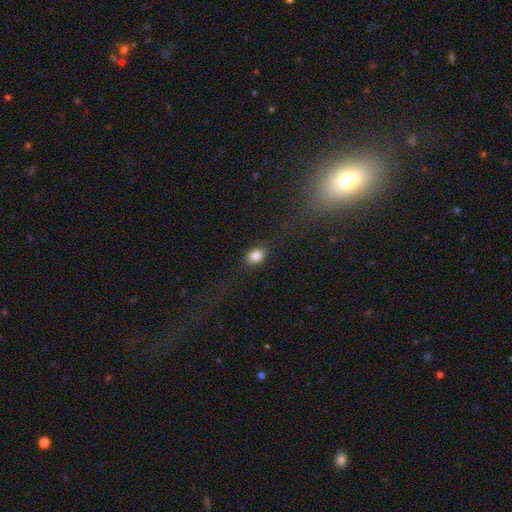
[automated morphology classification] Smooth or featured?
  - smooth: 84% *
  - star or artifact: 9%
  - featured or disk: 7%
How rounded?
  - in between: 68% *
  - round: 30%
  - cigar-shaped: 2%
Merging?
  - none: 80% *
  - minor disturbance: 11%
  - major disturbance: 6%
  - merger: 2%